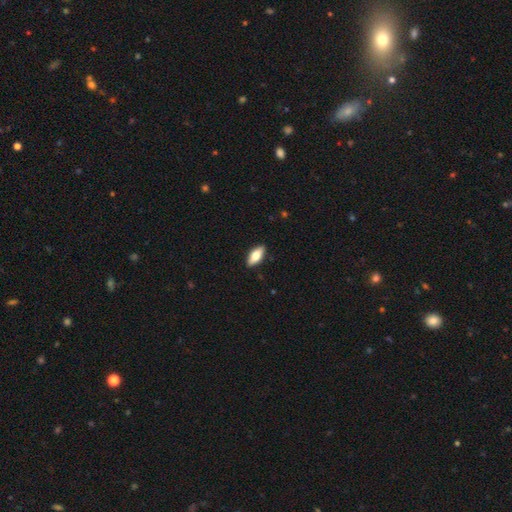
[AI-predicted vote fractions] Smooth or featured? Predicted: smooth (p=0.70). How rounded? Predicted: in between (p=0.81). Merging? Predicted: none (p=0.89).